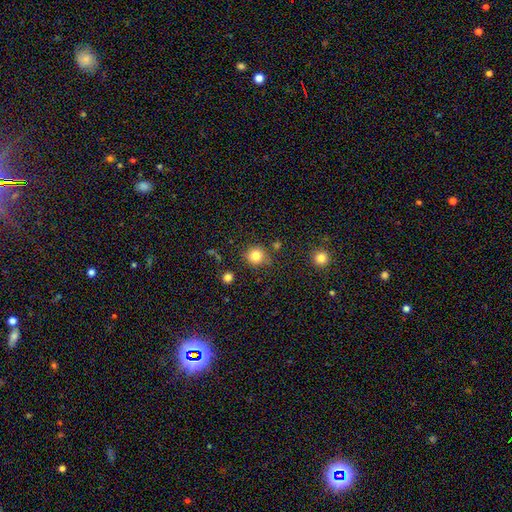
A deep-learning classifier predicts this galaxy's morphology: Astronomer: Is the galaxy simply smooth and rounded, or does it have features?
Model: smooth — 82%.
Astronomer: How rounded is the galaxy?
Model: round — 89%.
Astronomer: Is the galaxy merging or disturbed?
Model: none — 81%.